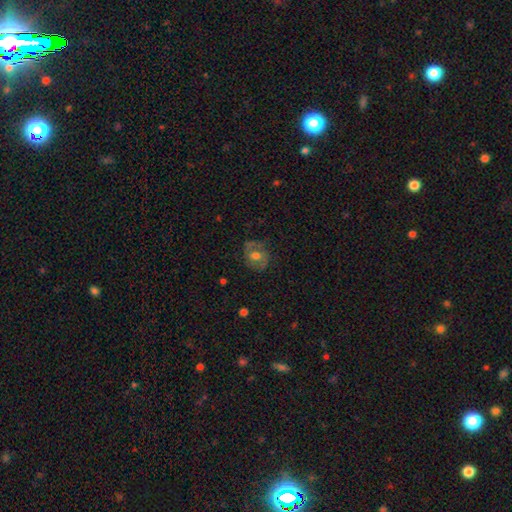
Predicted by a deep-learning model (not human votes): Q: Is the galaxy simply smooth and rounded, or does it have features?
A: featured or disk — 55%.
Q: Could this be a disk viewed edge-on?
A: no — 96%.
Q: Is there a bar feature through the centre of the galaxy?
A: no — 53%.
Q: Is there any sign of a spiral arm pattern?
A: yes — 69%.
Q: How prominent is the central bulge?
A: moderate — 68%.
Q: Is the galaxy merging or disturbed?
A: none — 72%.